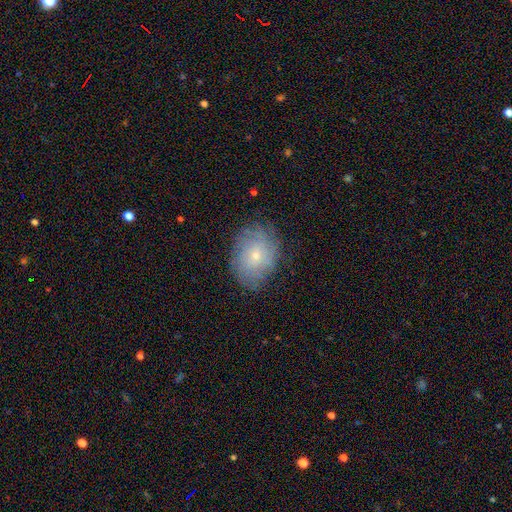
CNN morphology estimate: A featured or disk galaxy (45%).

Vote fractions:
- Smooth or featured? featured or disk: 45% / smooth: 44% / star or artifact: 11%
- Merging? none: 79% / minor disturbance: 15% / major disturbance: 5% / merger: 1%